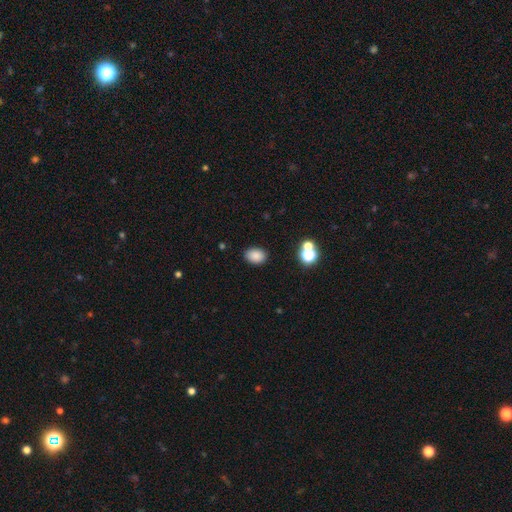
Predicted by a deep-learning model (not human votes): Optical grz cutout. It shows a smooth galaxy with no disk features (85%) that is in between round and cigar-shaped (76%). Merging: none (87%).